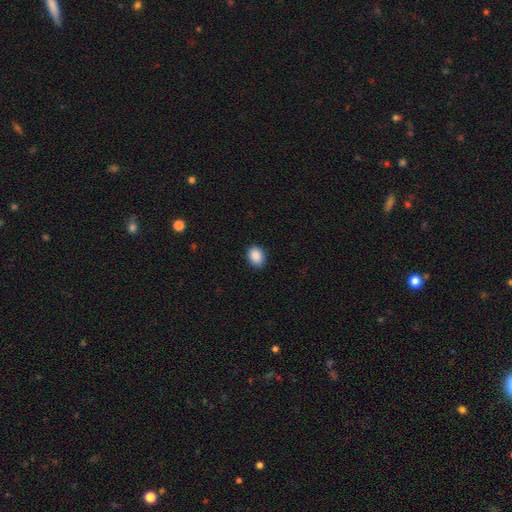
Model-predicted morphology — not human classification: The model was most divided on "how rounded": in between: 66%, round: 33%, cigar-shaped: 1%. More confident: smooth or featured — smooth (89%); merging — none (87%).